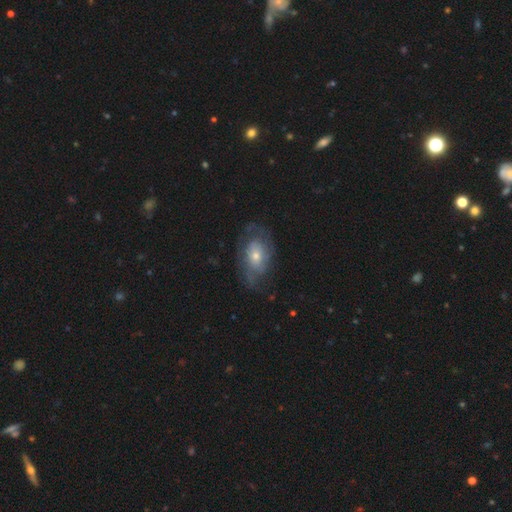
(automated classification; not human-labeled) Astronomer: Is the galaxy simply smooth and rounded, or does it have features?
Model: featured or disk — 61%.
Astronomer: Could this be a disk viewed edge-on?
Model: no — 93%.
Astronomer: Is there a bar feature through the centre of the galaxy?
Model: no — 78%.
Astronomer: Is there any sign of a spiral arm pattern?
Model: yes — 71%.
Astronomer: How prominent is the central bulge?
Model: small — 46%, tied with moderate at 46%.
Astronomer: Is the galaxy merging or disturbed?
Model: none — 63%.